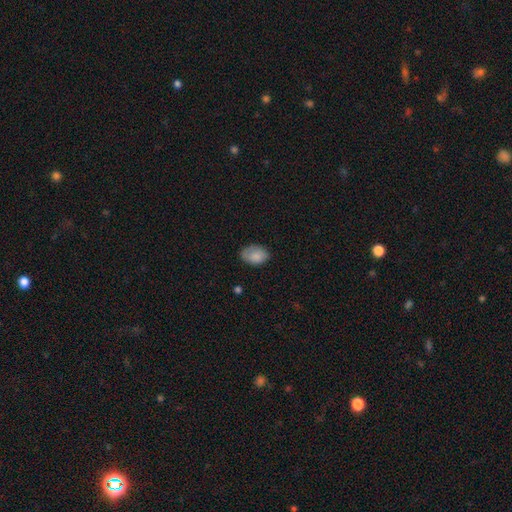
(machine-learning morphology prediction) A smooth galaxy with no disk features (84%) that is in between round and cigar-shaped (85%).

Vote fractions:
- Smooth or featured? smooth: 84% / featured or disk: 9% / star or artifact: 7%
- How rounded? in between: 85% / round: 14% / cigar-shaped: 1%
- Merging? none: 70% / minor disturbance: 24% / major disturbance: 5% / merger: 1%